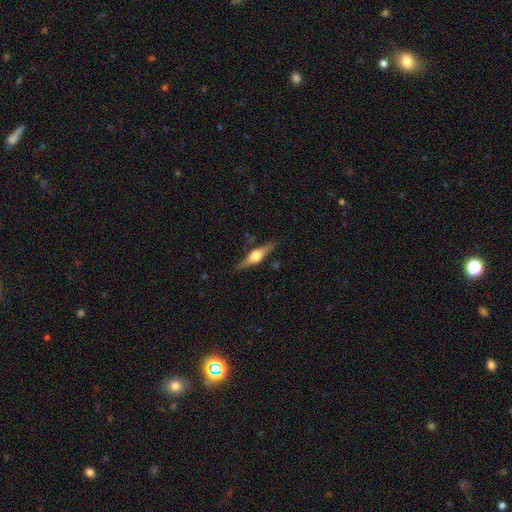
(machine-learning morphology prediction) A featured or disk galaxy (71%) viewed edge-on (97%) with a rounded central bulge (93%).

Vote fractions:
- Smooth or featured? featured or disk: 71% / smooth: 23% / star or artifact: 6%
- Edge-on disk? yes: 97% / no: 3%
- Edge-on bulge? rounded: 93% / boxy: 5% / none: 2%
- Merging? none: 86% / minor disturbance: 10% / major disturbance: 2% / merger: 1%